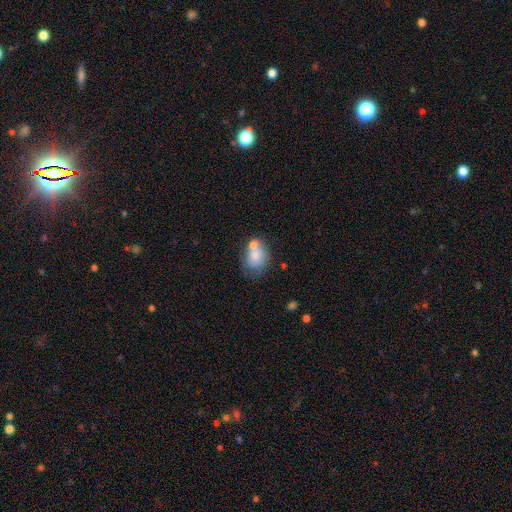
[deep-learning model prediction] smooth-or-featured: smooth: 70% | featured or disk: 21% | star or artifact: 9%
  how-rounded: in between: 62% | round: 37% | cigar-shaped: 1%
  merging: merger: 35% | none: 34% | minor disturbance: 20% | major disturbance: 11%